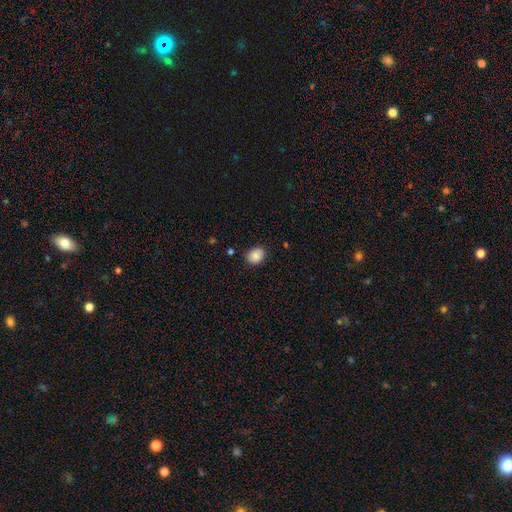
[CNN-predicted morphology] A smooth galaxy with no disk features (87%) that is in between round and cigar-shaped (50%).

Vote fractions:
- Smooth or featured? smooth: 87% / star or artifact: 8% / featured or disk: 5%
- How rounded? in between: 50% / round: 49% / cigar-shaped: 1%
- Merging? none: 85% / minor disturbance: 11% / major disturbance: 2% / merger: 1%